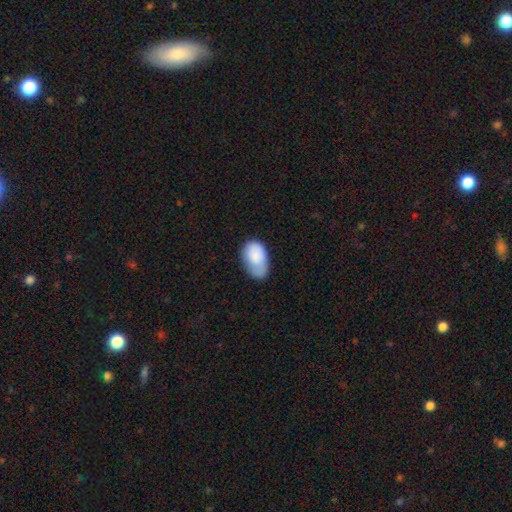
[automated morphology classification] This appears to be a smooth galaxy with no disk features (81%) that is in between round and cigar-shaped (92%). Merging: none (43%).